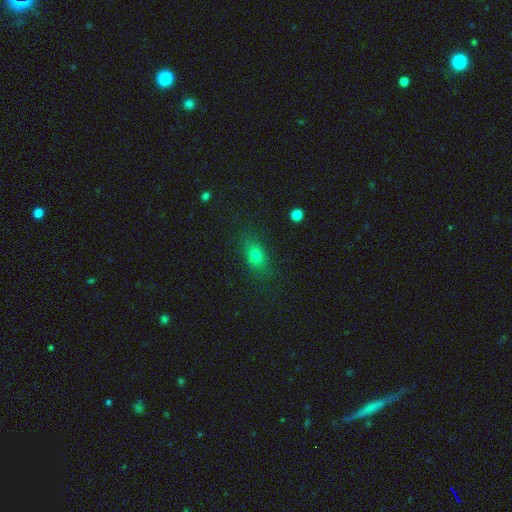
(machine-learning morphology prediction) This is likely a smooth galaxy (73%). How rounded: likely in between (69%). Merging: likely none (80%).